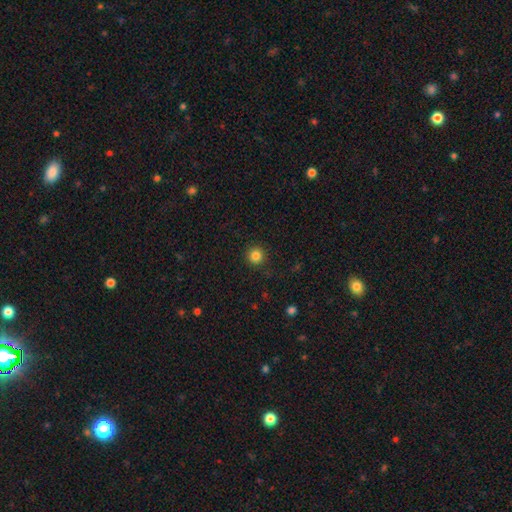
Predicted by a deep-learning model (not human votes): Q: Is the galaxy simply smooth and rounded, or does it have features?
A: smooth — 83%.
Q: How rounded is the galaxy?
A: round — 95%.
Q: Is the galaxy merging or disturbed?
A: none — 91%.